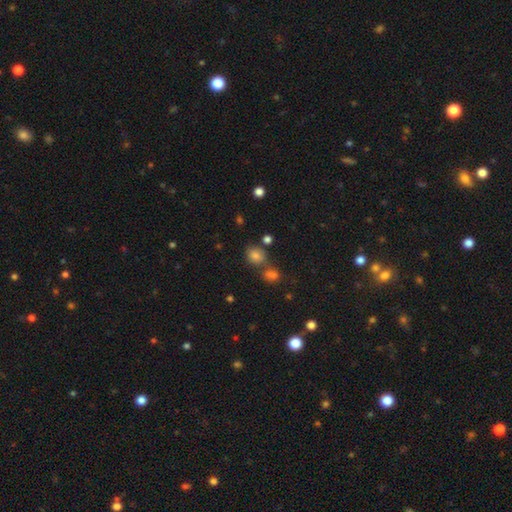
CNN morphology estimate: A smooth galaxy with no disk features (77%) that is round (69%).

Vote fractions:
- Smooth or featured? smooth: 77% / star or artifact: 16% / featured or disk: 7%
- How rounded? round: 69% / in between: 29% / cigar-shaped: 1%
- Merging? none: 62% / merger: 23% / minor disturbance: 11% / major disturbance: 4%